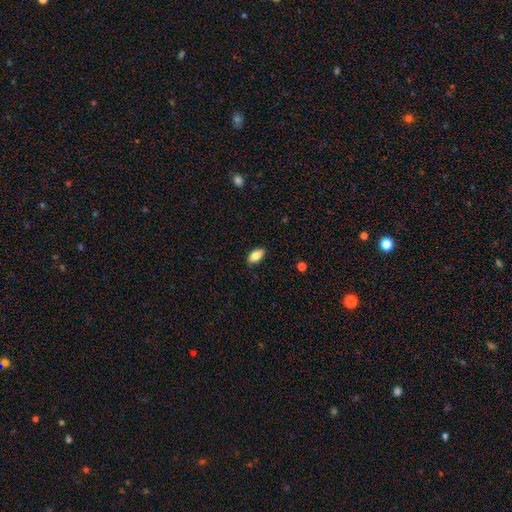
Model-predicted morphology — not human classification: Overall: smooth (81%). How rounded: in between (90%). Merging: none (84%).